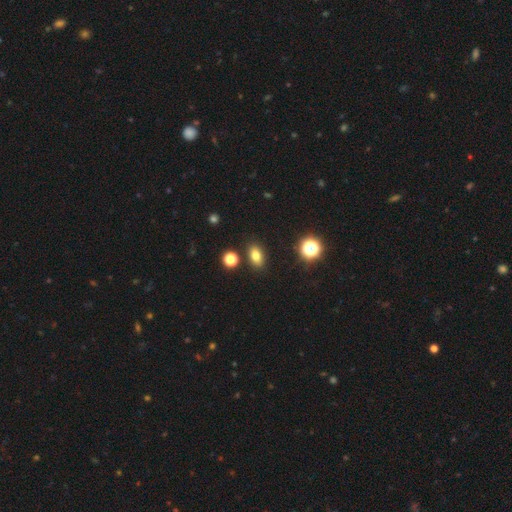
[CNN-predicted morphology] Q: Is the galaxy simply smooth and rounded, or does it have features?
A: smooth — 77%.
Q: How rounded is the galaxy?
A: in between — 82%.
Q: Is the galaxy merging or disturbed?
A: none — 85%.